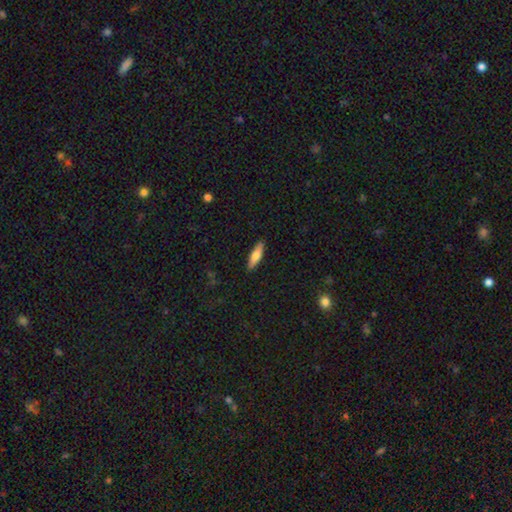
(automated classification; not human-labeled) This is likely a smooth galaxy (65%). How rounded: likely cigar-shaped (69%). Merging: clearly none (90%).